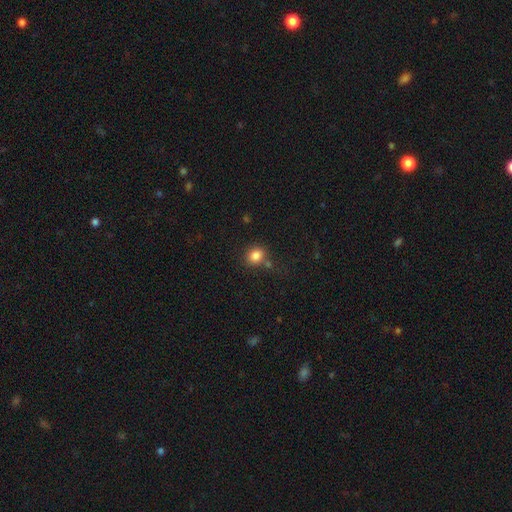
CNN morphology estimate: Q: Smooth or featured?
A: smooth (83%); runner-up: star or artifact (11%)
Q: How rounded?
A: round (65%); runner-up: in between (34%)
Q: Merging?
A: none (70%); runner-up: minor disturbance (13%)